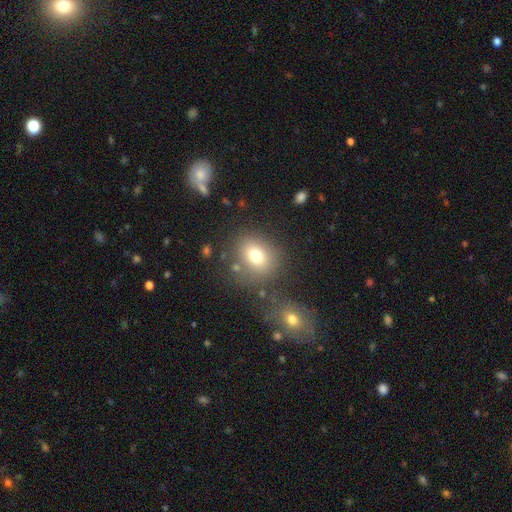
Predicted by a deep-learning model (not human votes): Smooth or featured? smooth (74%)
How rounded? round (63%)
Merging? none (71%)